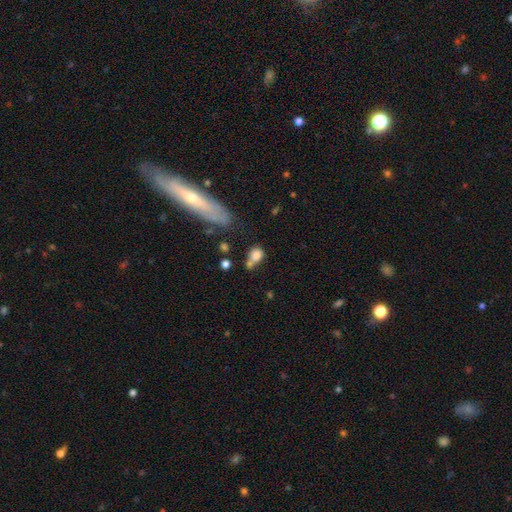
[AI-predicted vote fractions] Morphology: type=smooth (79%); roundness=in between (49%); merging=none (38%).